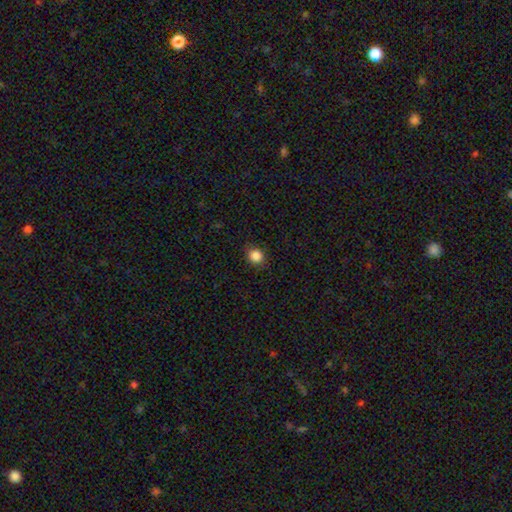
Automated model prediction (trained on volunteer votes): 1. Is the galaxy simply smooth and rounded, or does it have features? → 86% smooth, 11% star or artifact, 4% featured or disk.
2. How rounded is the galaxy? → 80% round, 19% in between, 1% cigar-shaped.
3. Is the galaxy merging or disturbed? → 86% none, 10% minor disturbance, 3% major disturbance, 1% merger.